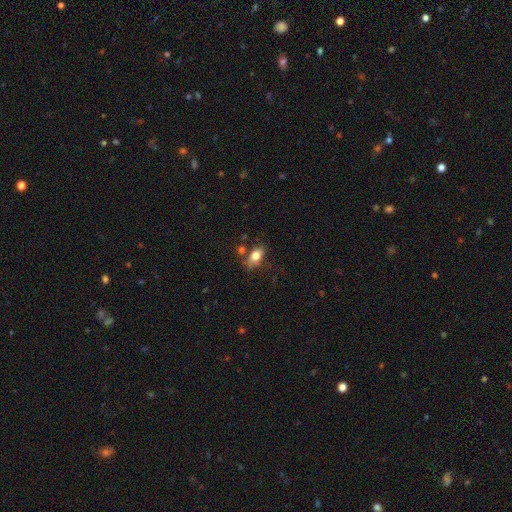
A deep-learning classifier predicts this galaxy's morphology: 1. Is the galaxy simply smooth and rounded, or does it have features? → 76% smooth, 16% featured or disk, 8% star or artifact.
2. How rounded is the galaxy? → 85% in between, 8% round, 6% cigar-shaped.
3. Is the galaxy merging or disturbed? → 62% none, 21% minor disturbance, 10% merger, 7% major disturbance.